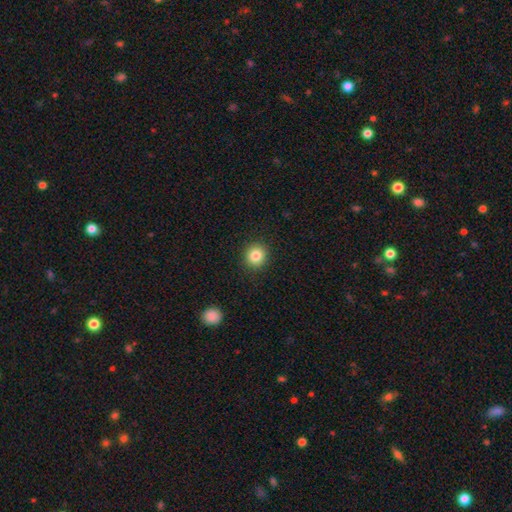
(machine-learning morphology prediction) A smooth galaxy with no disk features (84%) that is round (90%).

Vote fractions:
- Smooth or featured? smooth: 84% / star or artifact: 10% / featured or disk: 6%
- How rounded? round: 90% / in between: 9% / cigar-shaped: 1%
- Merging? none: 91% / minor disturbance: 6% / major disturbance: 2% / merger: 1%